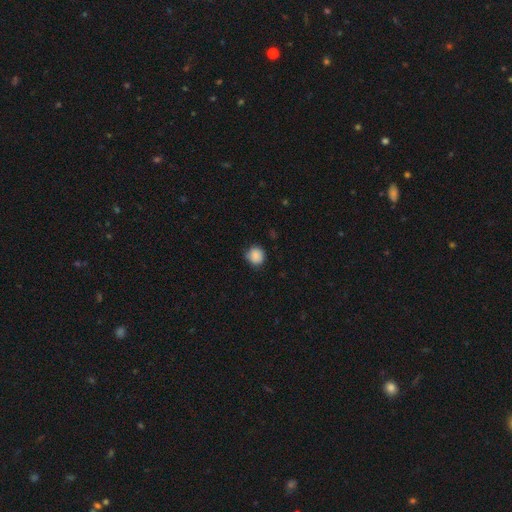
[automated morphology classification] Smooth or featured: smooth — 87% (star or artifact — 9%)
How rounded: round — 89% (in between — 10%)
Merging: none — 76% (minor disturbance — 19%)